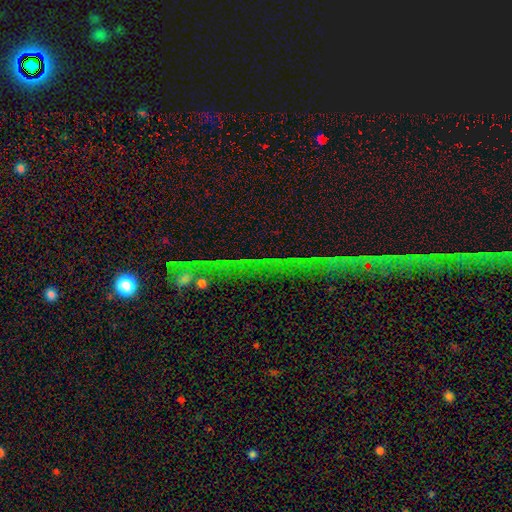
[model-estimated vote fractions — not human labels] A star or artifact, not a galaxy (72%).